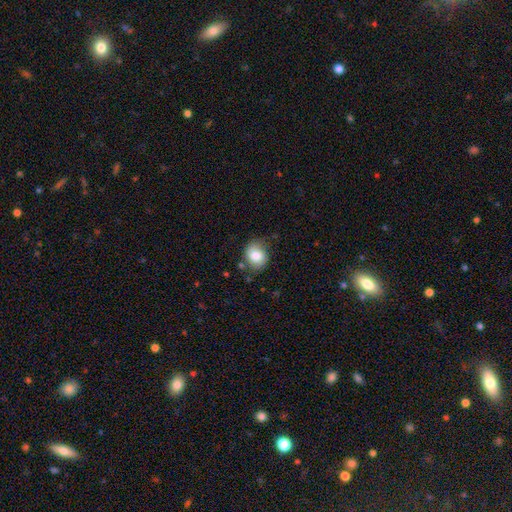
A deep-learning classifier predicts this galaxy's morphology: Smooth or featured? Predicted: smooth (p=0.80). How rounded? Predicted: round (p=0.59). Merging? Predicted: none (p=0.67).